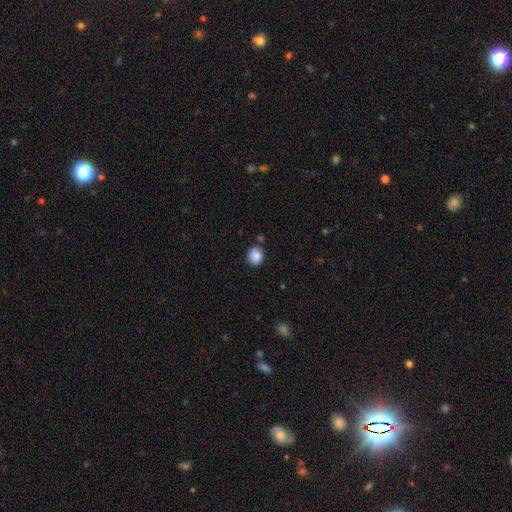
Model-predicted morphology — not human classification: Smooth or featured?
  - smooth: 87% *
  - star or artifact: 9%
  - featured or disk: 5%
How rounded?
  - round: 72% *
  - in between: 27%
  - cigar-shaped: 1%
Merging?
  - none: 82% *
  - minor disturbance: 11%
  - merger: 4%
  - major disturbance: 3%